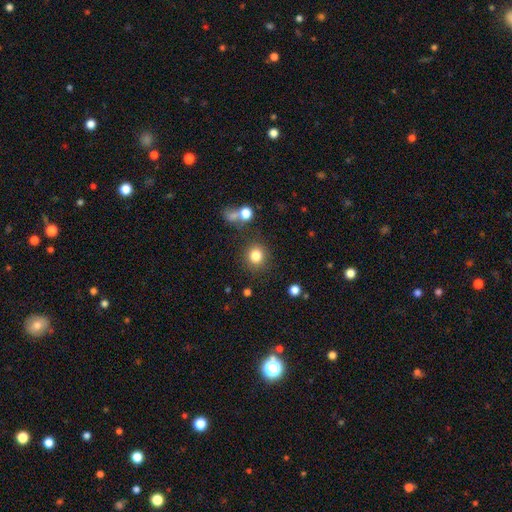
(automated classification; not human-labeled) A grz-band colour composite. It shows a smooth galaxy with no disk features (82%) that is round (88%). Merging: none (84%).